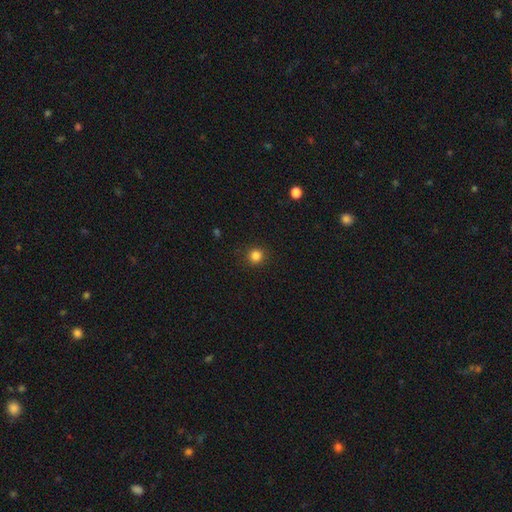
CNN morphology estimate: smooth_or_featured: smooth (p=0.84) [alt: star or artifact p=0.12]
how_rounded: round (p=0.91) [alt: in between p=0.09]
merging: none (p=0.89) [alt: minor disturbance p=0.08]